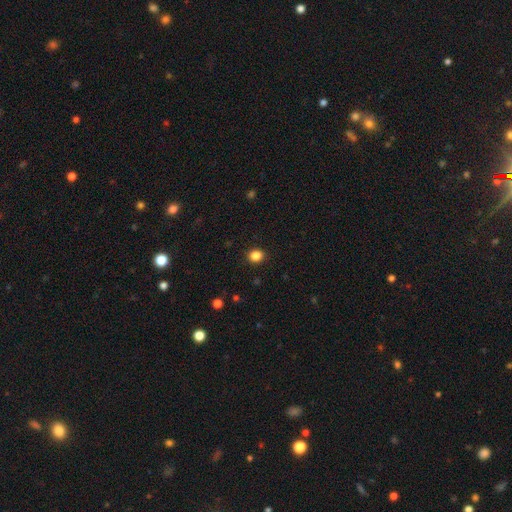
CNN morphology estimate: A smooth galaxy with no disk features (86%) that is round (67%).

Vote fractions:
- Smooth or featured? smooth: 86% / star or artifact: 11% / featured or disk: 3%
- How rounded? round: 67% / in between: 32% / cigar-shaped: 1%
- Merging? none: 91% / minor disturbance: 6% / major disturbance: 2% / merger: 1%